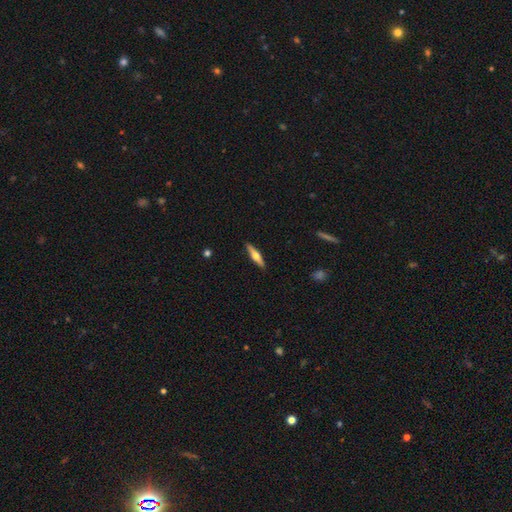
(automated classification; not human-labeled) Smooth or featured?
  - featured or disk: 57% *
  - smooth: 38%
  - star or artifact: 5%
Edge-on disk?
  - yes: 96% *
  - no: 4%
Edge-on bulge?
  - rounded: 93% *
  - boxy: 4%
  - none: 3%
Merging?
  - none: 90% *
  - minor disturbance: 7%
  - major disturbance: 2%
  - merger: 1%